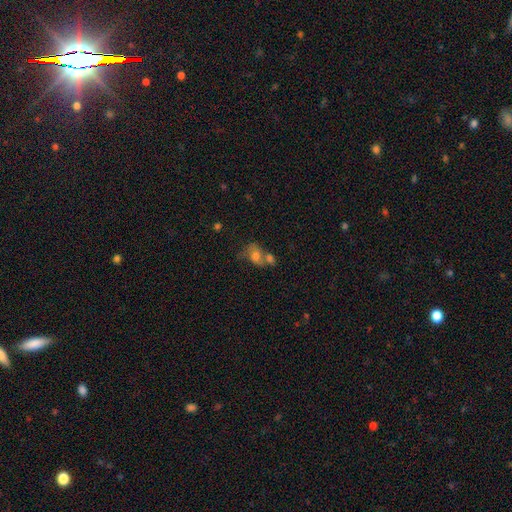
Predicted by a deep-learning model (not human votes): Morphology: type=smooth (61%); roundness=in between (61%); merging=merger (55%).